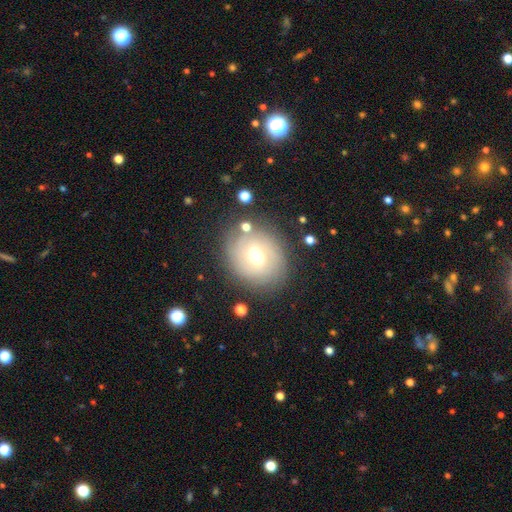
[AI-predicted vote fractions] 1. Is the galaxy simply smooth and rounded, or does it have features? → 52% featured or disk, 37% smooth, 11% star or artifact.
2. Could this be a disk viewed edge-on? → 94% no, 6% yes.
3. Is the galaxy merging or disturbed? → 76% none, 14% minor disturbance, 6% major disturbance, 3% merger.